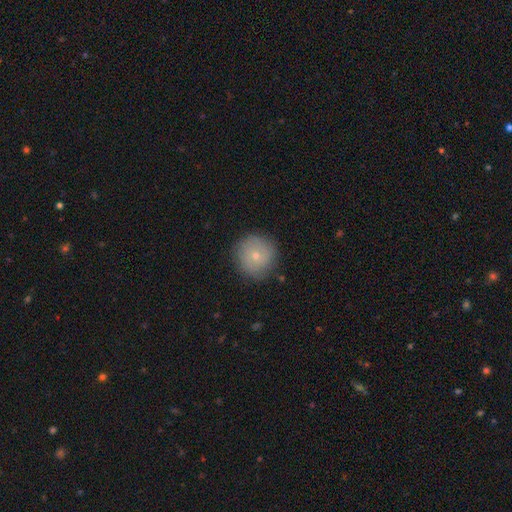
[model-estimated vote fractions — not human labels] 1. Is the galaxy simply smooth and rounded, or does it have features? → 66% smooth, 26% featured or disk, 9% star or artifact.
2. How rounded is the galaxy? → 93% round, 6% in between, 1% cigar-shaped.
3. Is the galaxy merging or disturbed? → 83% none, 12% minor disturbance, 3% major disturbance, 1% merger.